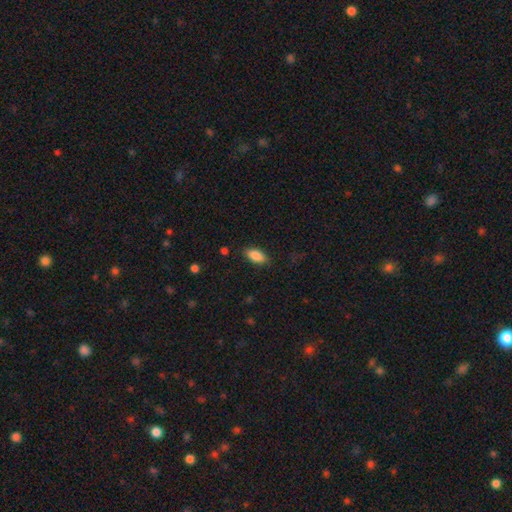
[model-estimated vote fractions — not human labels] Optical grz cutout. It shows a smooth galaxy with no disk features (87%) that is in between round and cigar-shaped (89%). Merging: none (83%).